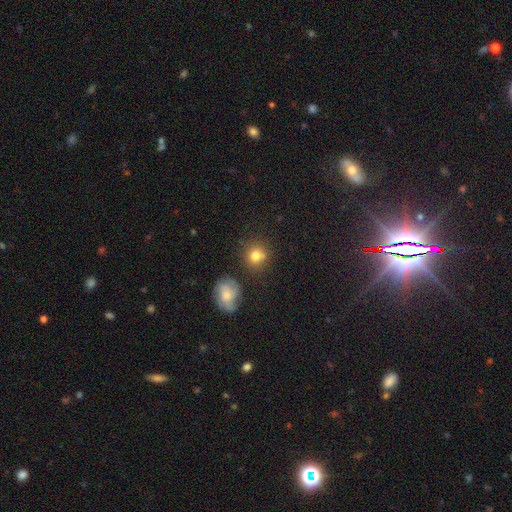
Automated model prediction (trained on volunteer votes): A smooth galaxy with no disk features (78%) that is round (85%).

Vote fractions:
- Smooth or featured? smooth: 78% / featured or disk: 11% / star or artifact: 11%
- How rounded? round: 85% / in between: 13% / cigar-shaped: 1%
- Merging? none: 71% / minor disturbance: 14% / merger: 10% / major disturbance: 5%